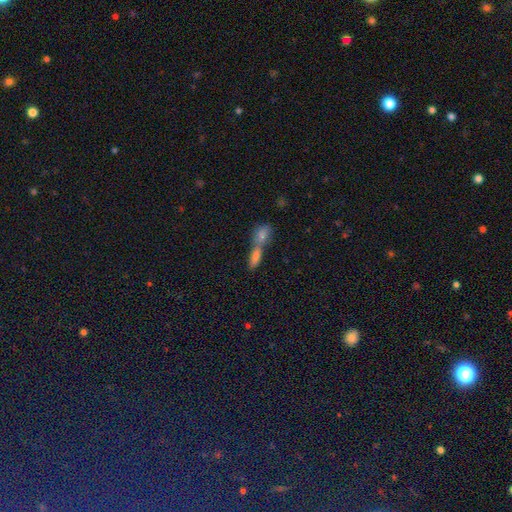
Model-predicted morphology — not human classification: This appears to be a smooth galaxy with no disk features (71%) that is in between round and cigar-shaped (60%). Merging: merger (70%).